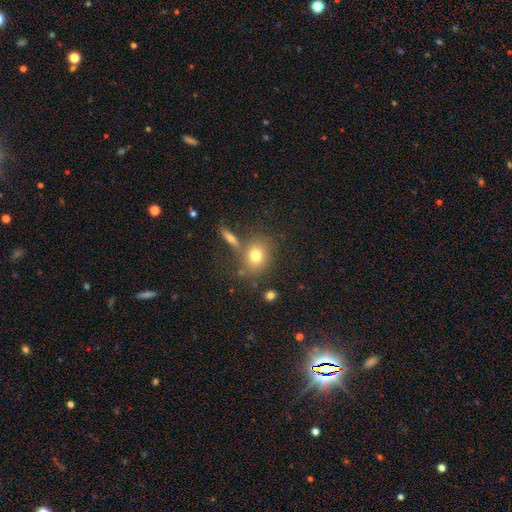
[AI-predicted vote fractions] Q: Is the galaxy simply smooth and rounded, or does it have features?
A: smooth — 74%.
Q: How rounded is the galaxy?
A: round — 70%.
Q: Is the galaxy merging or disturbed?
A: none — 70%.